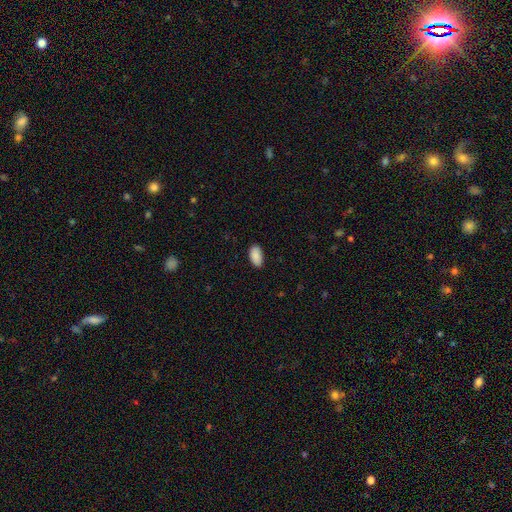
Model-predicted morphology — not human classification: smooth 90%, star or artifact 7%, featured or disk 3%. Down the decision tree: how rounded — in between (95%); merging — none (88%).